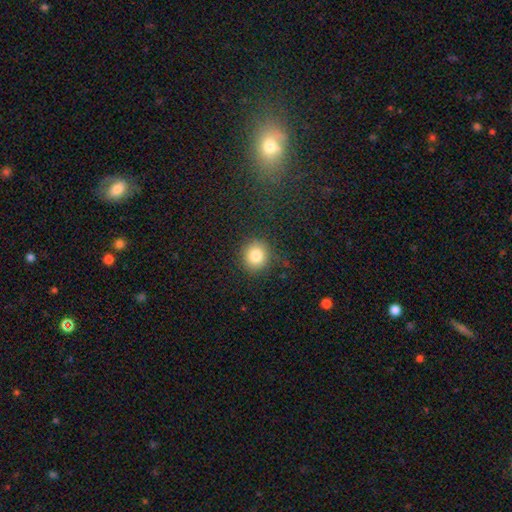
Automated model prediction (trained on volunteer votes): smooth_or_featured: smooth (p=0.82) [alt: star or artifact p=0.11]
how_rounded: round (p=0.88) [alt: in between p=0.11]
merging: none (p=0.86) [alt: minor disturbance p=0.09]